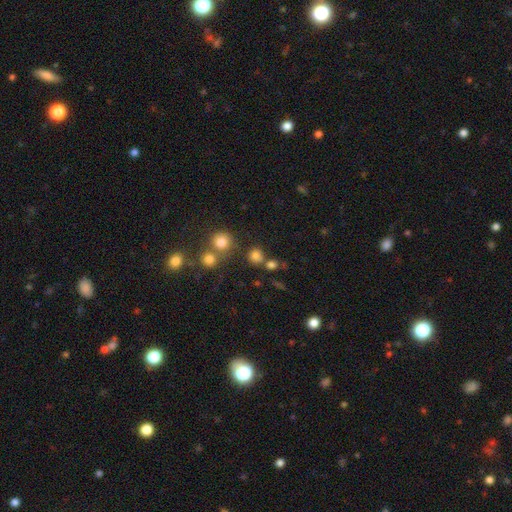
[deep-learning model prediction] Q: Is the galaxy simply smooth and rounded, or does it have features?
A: smooth — 76%.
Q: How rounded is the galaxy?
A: round — 84%.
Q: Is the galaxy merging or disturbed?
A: none — 66%.